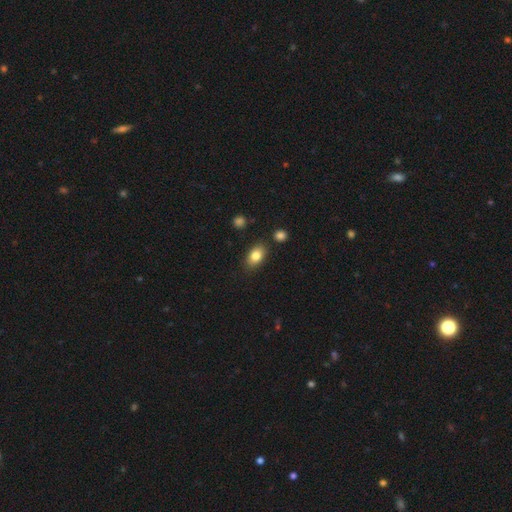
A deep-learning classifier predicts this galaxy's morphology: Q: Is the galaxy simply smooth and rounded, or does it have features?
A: smooth — 83%.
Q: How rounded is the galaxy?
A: in between — 86%.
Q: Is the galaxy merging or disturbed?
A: none — 84%.